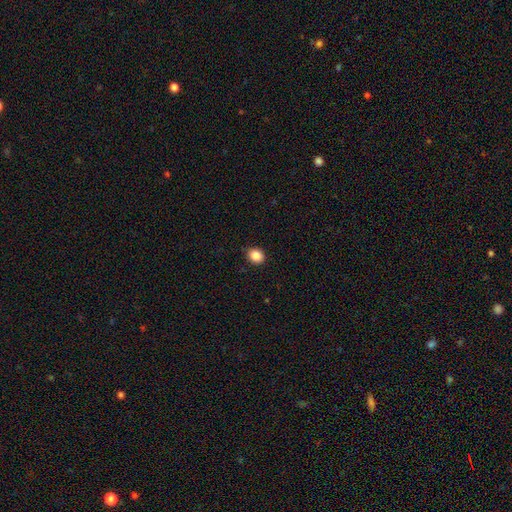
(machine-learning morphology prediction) smooth 87%, star or artifact 10%, featured or disk 4%. Down the decision tree: how rounded — round (65%); merging — none (90%).